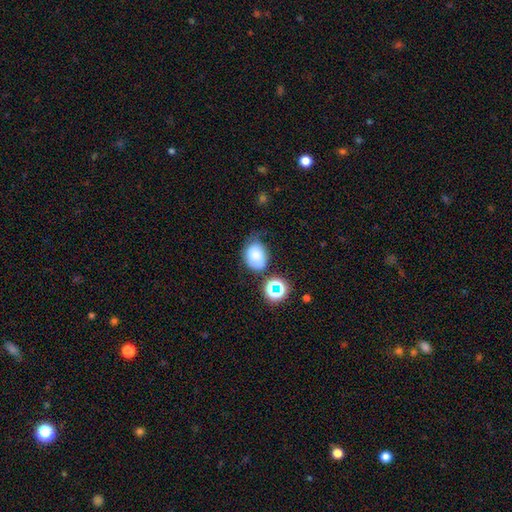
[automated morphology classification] smooth_or_featured: smooth (p=0.69) [alt: featured or disk p=0.17]
how_rounded: in between (p=0.60) [alt: round p=0.39]
merging: none (p=0.47) [alt: minor disturbance p=0.33]